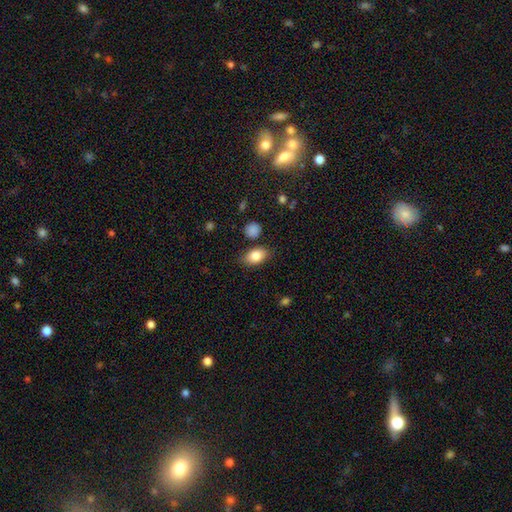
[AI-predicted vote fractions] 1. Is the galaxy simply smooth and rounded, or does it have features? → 84% smooth, 8% featured or disk, 8% star or artifact.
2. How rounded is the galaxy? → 83% in between, 15% round, 2% cigar-shaped.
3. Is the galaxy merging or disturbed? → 79% none, 14% minor disturbance, 4% merger, 3% major disturbance.